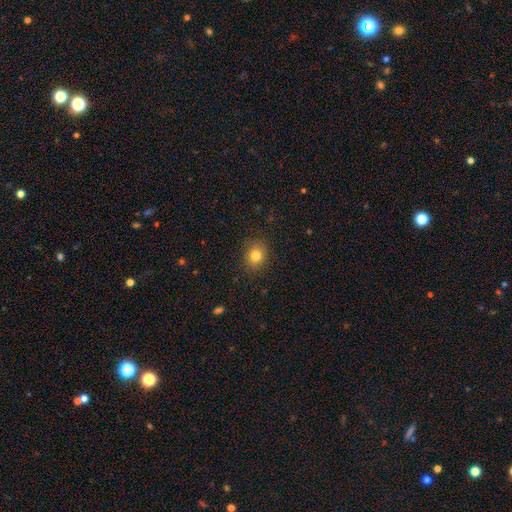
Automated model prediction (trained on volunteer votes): A smooth galaxy with no disk features (82%) that is round (66%). Merging: none (87%).